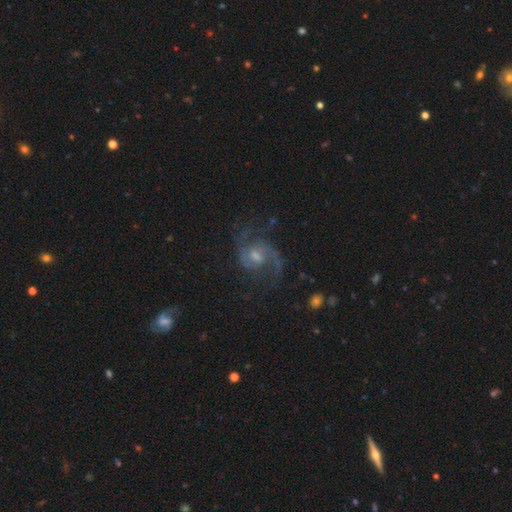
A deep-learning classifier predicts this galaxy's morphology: This appears to be a featured or disk galaxy (87%) with no bar (48%), 2 (84%) medium (55%) spiral arms (97%) and a moderate central bulge (52%). Merging: none (70%).